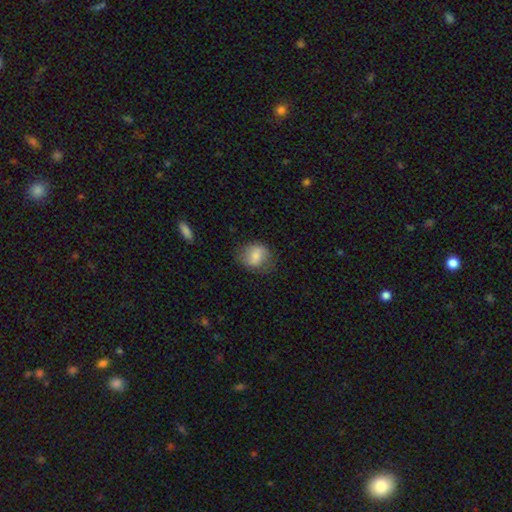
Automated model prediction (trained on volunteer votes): Smooth or featured? Predicted: smooth (p=0.70). How rounded? Predicted: round (p=0.57). Merging? Predicted: none (p=0.67).